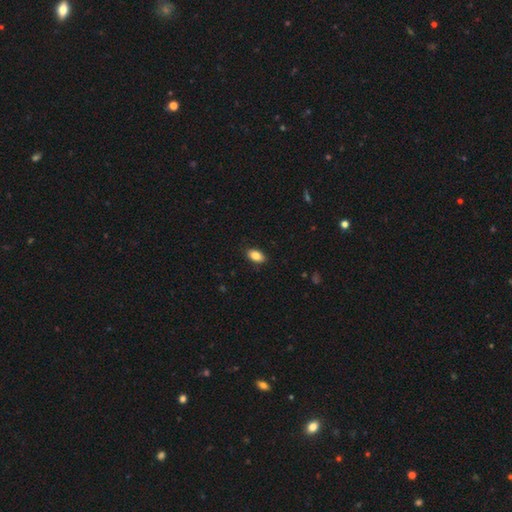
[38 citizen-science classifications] This appears to be a smooth galaxy with no disk features (92%) that is in between round and cigar-shaped (91%). Merging: none (84%).